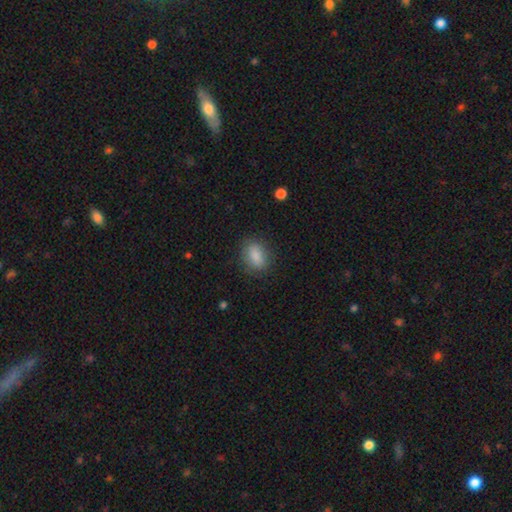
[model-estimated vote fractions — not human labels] Smooth or featured?
  - smooth: 86% *
  - star or artifact: 8%
  - featured or disk: 6%
How rounded?
  - in between: 79% *
  - round: 17%
  - cigar-shaped: 4%
Merging?
  - none: 83% *
  - minor disturbance: 12%
  - major disturbance: 4%
  - merger: 1%